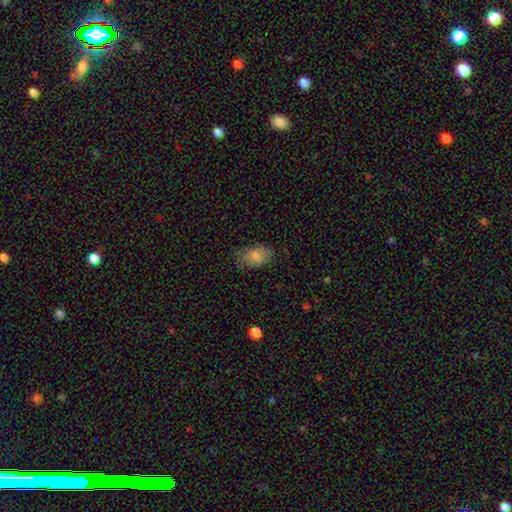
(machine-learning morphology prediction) Overall: smooth (80%). How rounded: in between (86%). Merging: none (72%).